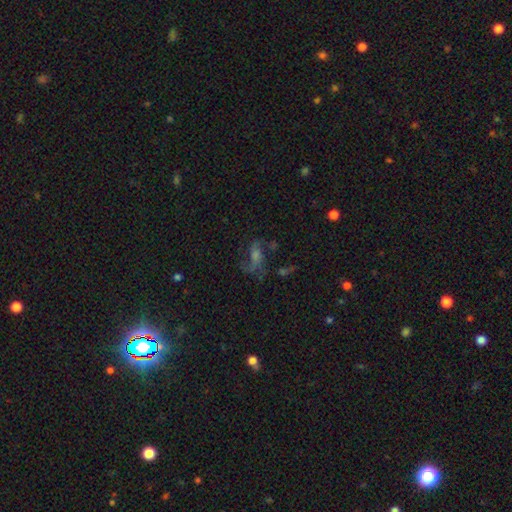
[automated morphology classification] A featured or disk galaxy (55%) with no bar (55%), spiral arms (80%) and a moderate central bulge (37%).

Vote fractions:
- Smooth or featured? featured or disk: 55% / star or artifact: 25% / smooth: 20%
- Edge-on disk? no: 92% / yes: 8%
- Bar? no: 55% / weak: 33% / strong: 11%
- Spiral arms? yes: 80% / no: 20%
- Bulge size? moderate: 37% / small: 35% / none: 16% / large: 9% / dominant: 3%
- Merging? none: 54% / major disturbance: 25% / minor disturbance: 17% / merger: 5%